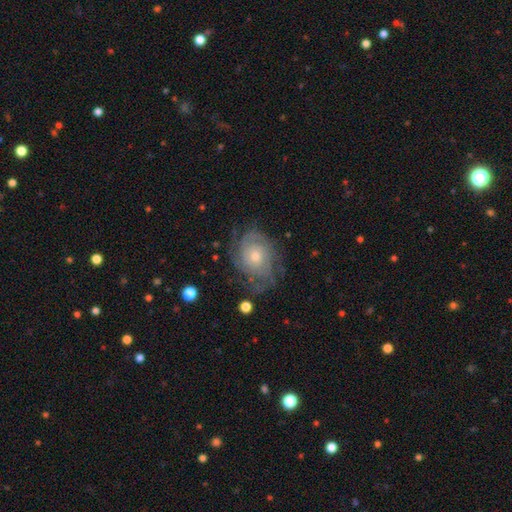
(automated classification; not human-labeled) Q: Smooth or featured?
A: featured or disk (76%); runner-up: smooth (15%)
Q: Edge-on disk?
A: no (97%); runner-up: yes (3%)
Q: Bar?
A: no (81%); runner-up: weak (17%)
Q: Spiral arms?
A: yes (91%); runner-up: no (9%)
Q: Spiral winding?
A: tight (68%); runner-up: medium (24%)
Q: Spiral arm count?
A: can't tell (46%); runner-up: 2 (17%)
Q: Bulge size?
A: small (51%); runner-up: moderate (44%)
Q: Merging?
A: none (70%); runner-up: minor disturbance (19%)